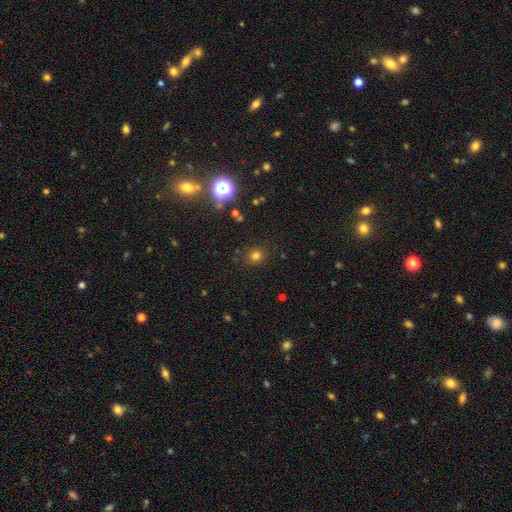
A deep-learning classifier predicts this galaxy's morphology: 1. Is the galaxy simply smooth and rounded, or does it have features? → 74% smooth, 20% star or artifact, 6% featured or disk.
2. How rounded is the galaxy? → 85% round, 14% in between, 1% cigar-shaped.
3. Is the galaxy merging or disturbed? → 86% none, 9% minor disturbance, 3% major disturbance, 2% merger.